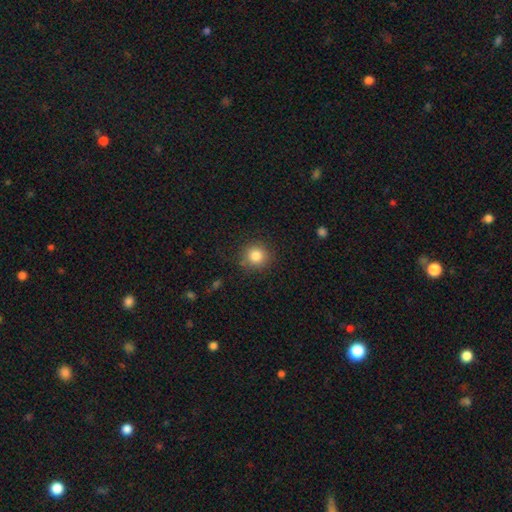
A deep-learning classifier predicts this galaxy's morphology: This is clearly a smooth galaxy (84%). How rounded: clearly round (90%). Merging: clearly none (85%).